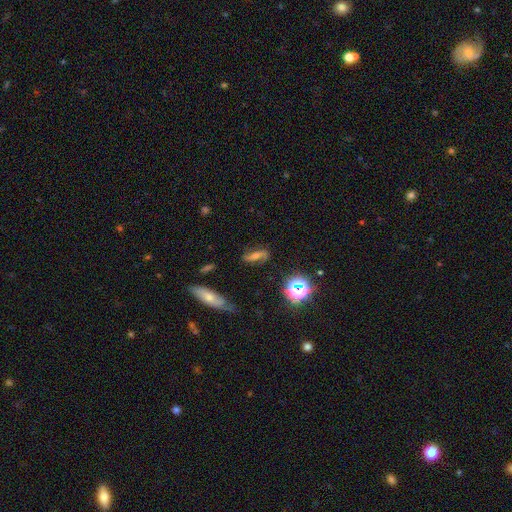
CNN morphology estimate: The model was most divided on "smooth or featured": featured or disk: 55%, smooth: 26%, star or artifact: 19%. More confident: edge-on disk — no (83%); merging — none (75%).